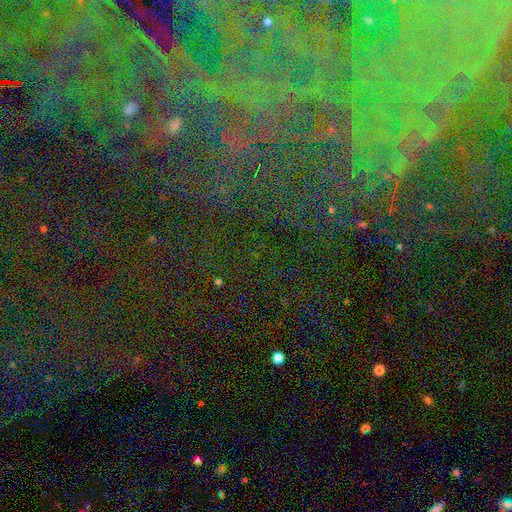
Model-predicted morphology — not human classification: Q: Smooth or featured?
A: star or artifact (66%); runner-up: featured or disk (20%)